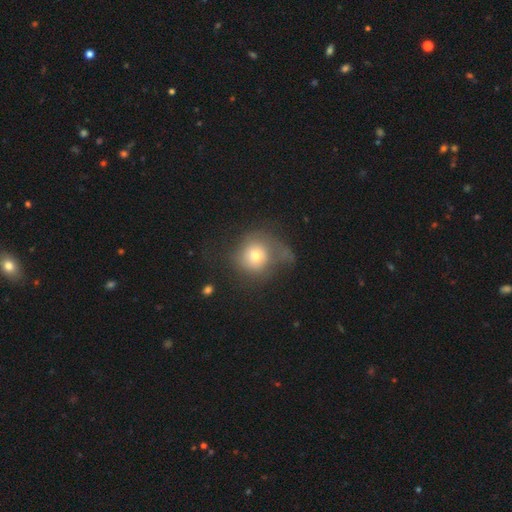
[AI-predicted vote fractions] This appears to be a smooth galaxy with no disk features (64%) that is round (87%). Merging: major disturbance (36%).